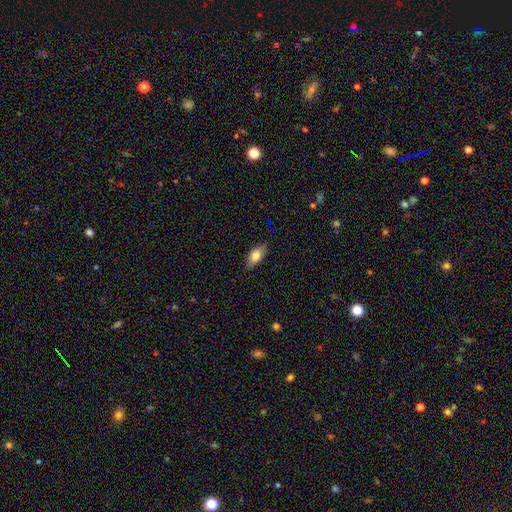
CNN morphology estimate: Smooth or featured?
  - smooth: 75% *
  - featured or disk: 18%
  - star or artifact: 8%
How rounded?
  - in between: 86% *
  - cigar-shaped: 9%
  - round: 4%
Merging?
  - none: 83% *
  - minor disturbance: 14%
  - major disturbance: 3%
  - merger: 1%